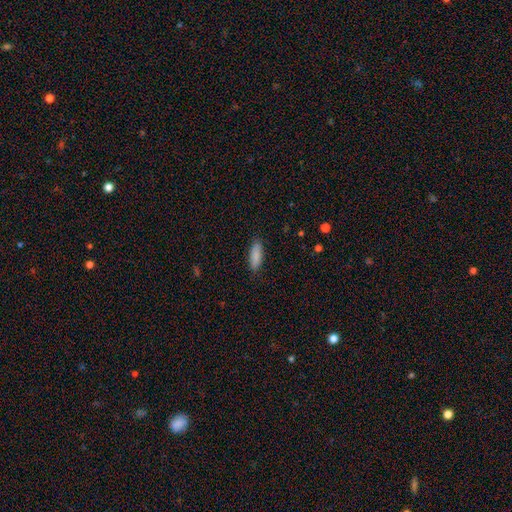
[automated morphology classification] smooth 87%, featured or disk 7%, star or artifact 6%. Down the decision tree: how rounded — in between (62%); merging — none (85%).